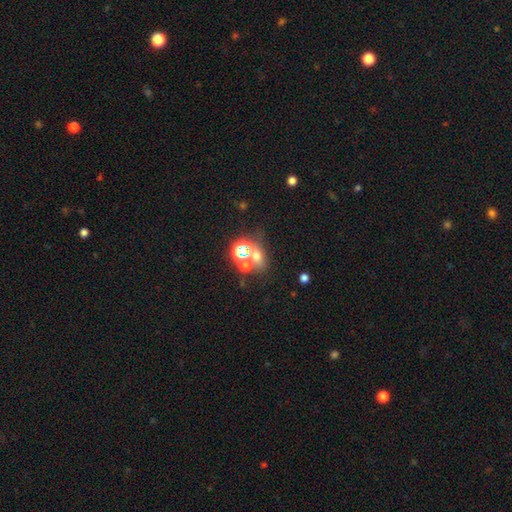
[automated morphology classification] smooth_or_featured: smooth (p=0.50) [alt: star or artifact p=0.32]
merging: none (p=0.48) [alt: merger p=0.36]